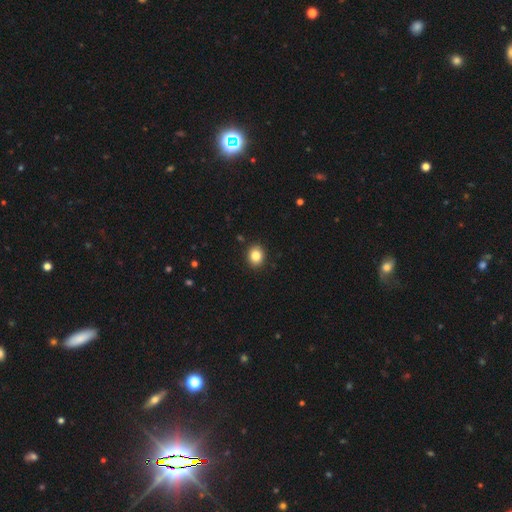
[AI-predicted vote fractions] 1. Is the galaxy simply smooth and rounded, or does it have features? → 84% smooth, 10% star or artifact, 6% featured or disk.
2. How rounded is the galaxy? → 68% round, 32% in between, 1% cigar-shaped.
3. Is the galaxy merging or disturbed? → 91% none, 6% minor disturbance, 2% major disturbance, 1% merger.